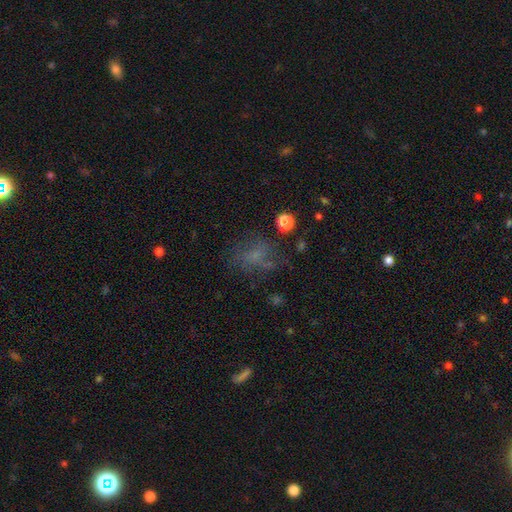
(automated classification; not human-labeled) smooth_or_featured: smooth (p=0.46) [alt: featured or disk p=0.30]
merging: none (p=0.51) [alt: major disturbance p=0.24]